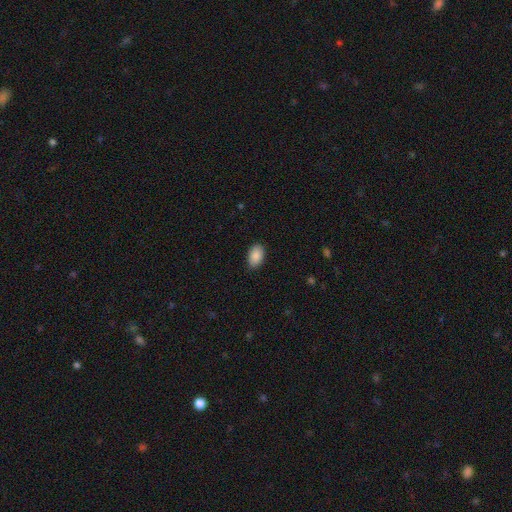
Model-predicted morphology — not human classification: A smooth galaxy with no disk features (89%) that is in between round and cigar-shaped (92%).

Vote fractions:
- Smooth or featured? smooth: 89% / star or artifact: 7% / featured or disk: 4%
- How rounded? in between: 92% / round: 7% / cigar-shaped: 1%
- Merging? none: 87% / minor disturbance: 10% / major disturbance: 2% / merger: 1%